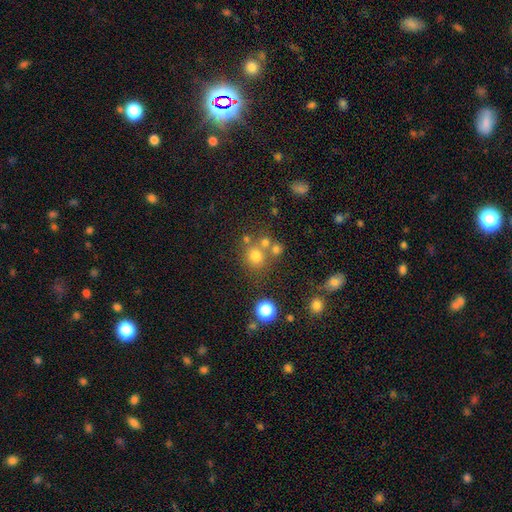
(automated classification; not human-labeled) This appears to be a smooth galaxy with no disk features (71%) that is round (83%). Merging: none (63%).